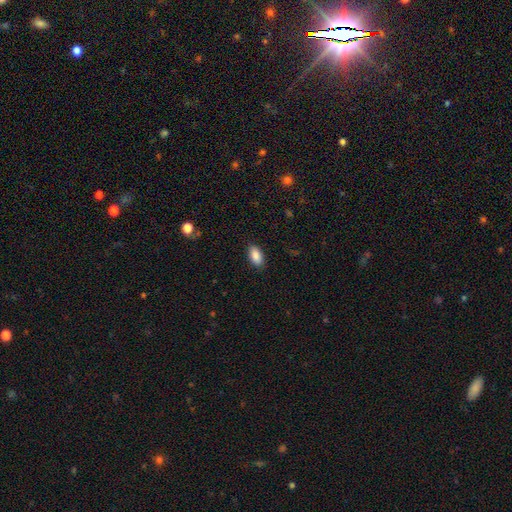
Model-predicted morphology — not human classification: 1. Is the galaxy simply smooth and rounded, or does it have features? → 88% smooth, 7% star or artifact, 5% featured or disk.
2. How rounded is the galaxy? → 93% in between, 3% round, 3% cigar-shaped.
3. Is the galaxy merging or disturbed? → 88% none, 9% minor disturbance, 2% major disturbance, 1% merger.